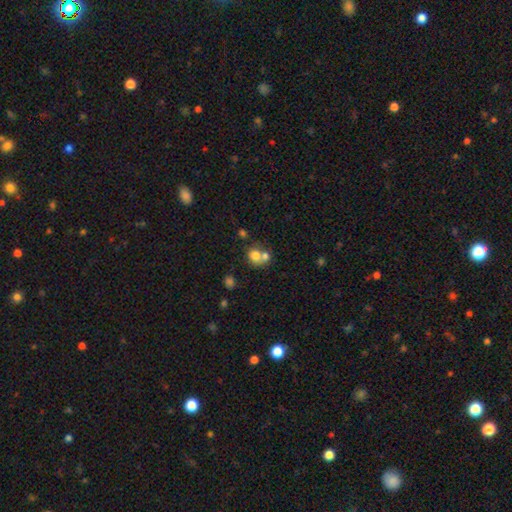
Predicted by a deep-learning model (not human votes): Smooth or featured? smooth (74%)
How rounded? round (70%)
Merging? merger (54%)